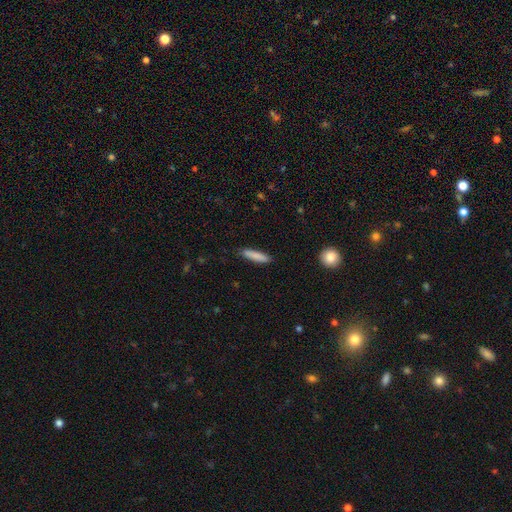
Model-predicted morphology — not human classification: Q: Smooth or featured?
A: smooth (85%); runner-up: featured or disk (9%)
Q: How rounded?
A: cigar-shaped (85%); runner-up: in between (14%)
Q: Merging?
A: none (87%); runner-up: minor disturbance (10%)